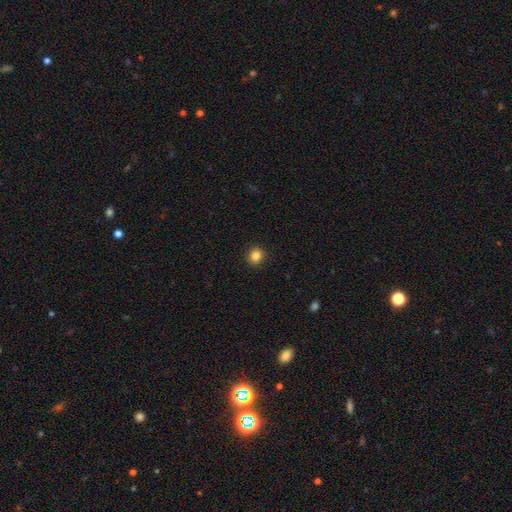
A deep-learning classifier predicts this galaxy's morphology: This is clearly a smooth galaxy (84%). How rounded: clearly round (87%). Merging: clearly none (92%).